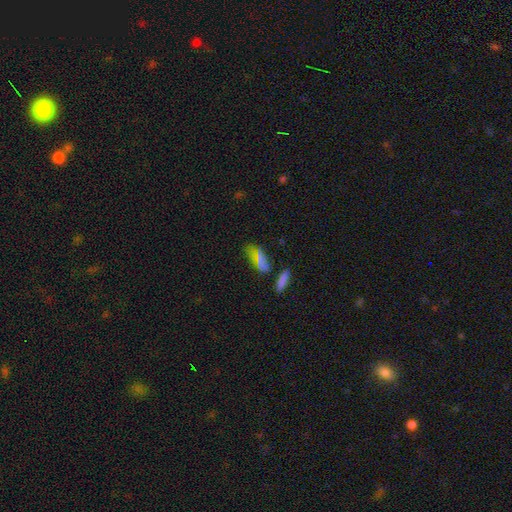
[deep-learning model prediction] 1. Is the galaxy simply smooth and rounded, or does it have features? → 67% smooth, 18% star or artifact, 15% featured or disk.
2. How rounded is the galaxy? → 75% in between, 20% cigar-shaped, 5% round.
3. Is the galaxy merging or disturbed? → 64% none, 20% minor disturbance, 8% major disturbance, 8% merger.